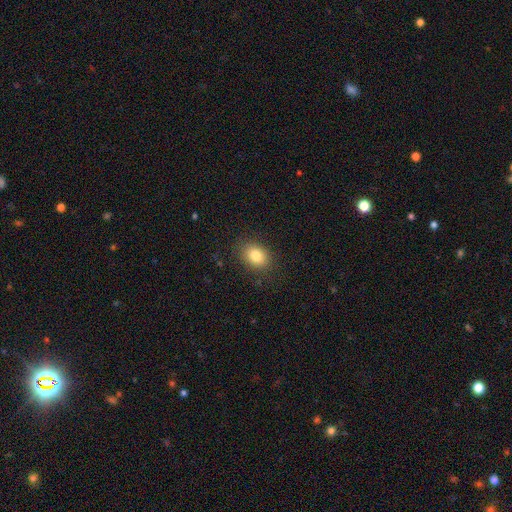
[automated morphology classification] Smooth or featured? smooth (82%)
How rounded? in between (61%)
Merging? none (87%)